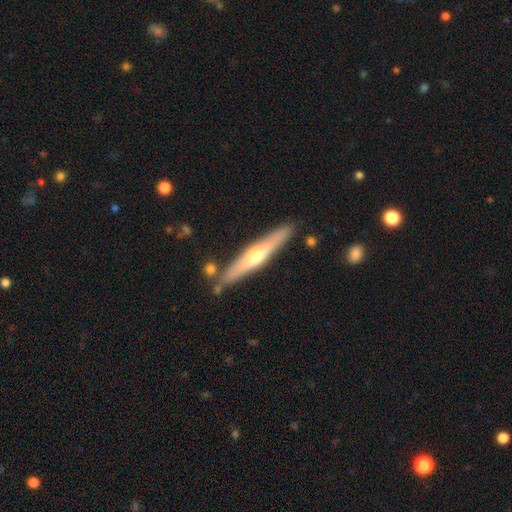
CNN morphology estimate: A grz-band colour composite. It shows a featured or disk galaxy (59%) viewed edge-on (95%) with a rounded central bulge (87%). Merging: none (85%).